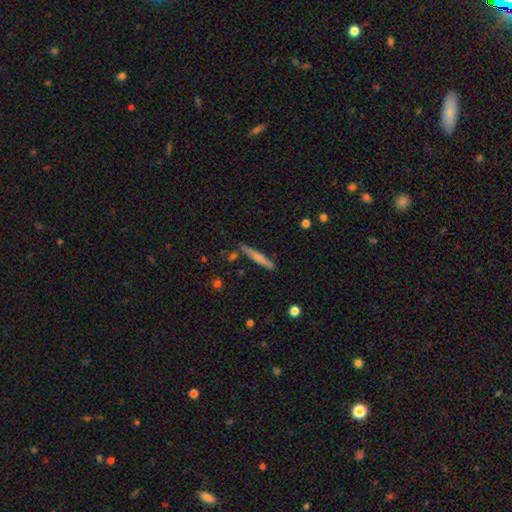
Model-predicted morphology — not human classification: smooth_or_featured: smooth (p=0.50) [alt: featured or disk p=0.43]
merging: none (p=0.86) [alt: minor disturbance p=0.10]